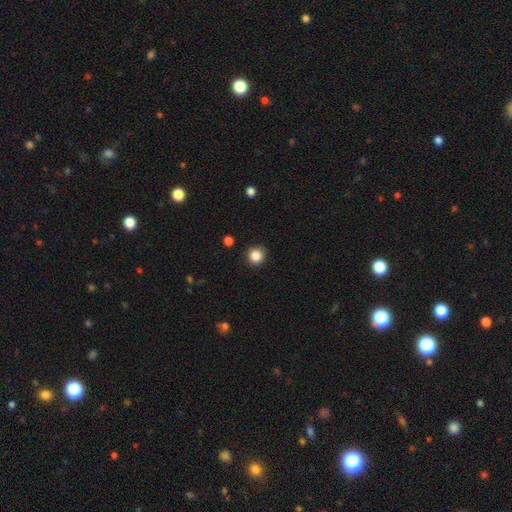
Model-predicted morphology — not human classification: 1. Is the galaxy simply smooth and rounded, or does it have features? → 86% smooth, 11% star or artifact, 4% featured or disk.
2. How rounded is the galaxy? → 91% round, 8% in between, 1% cigar-shaped.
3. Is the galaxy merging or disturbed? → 89% none, 7% minor disturbance, 2% major disturbance, 1% merger.